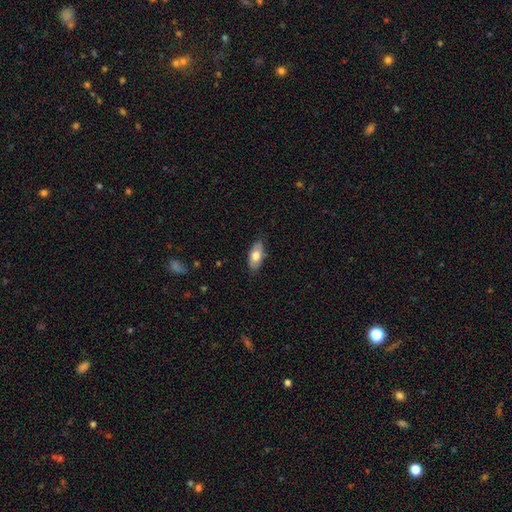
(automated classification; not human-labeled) A smooth galaxy with no disk features (73%) that is in between round and cigar-shaped (90%). Merging: none (81%).